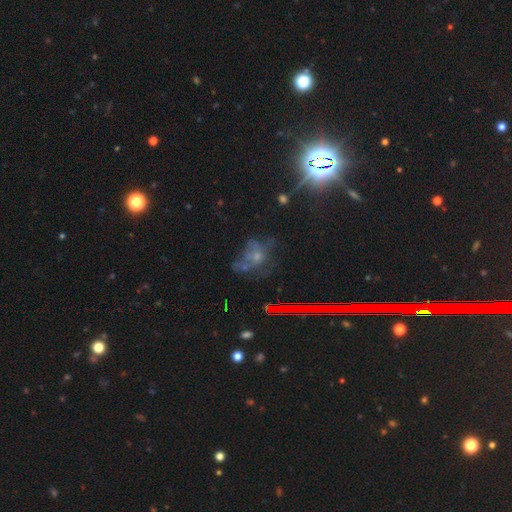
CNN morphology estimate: type=featured or disk (35%); merging=none (34%).